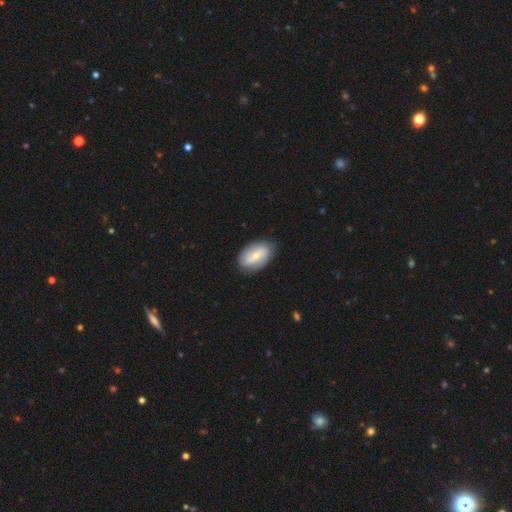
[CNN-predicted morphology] type=smooth (48%); merging=none (83%).